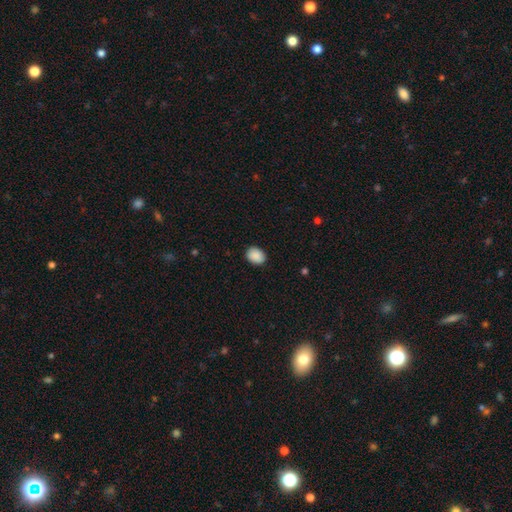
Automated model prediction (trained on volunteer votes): Morphology: type=smooth (90%); roundness=in between (63%); merging=none (88%).